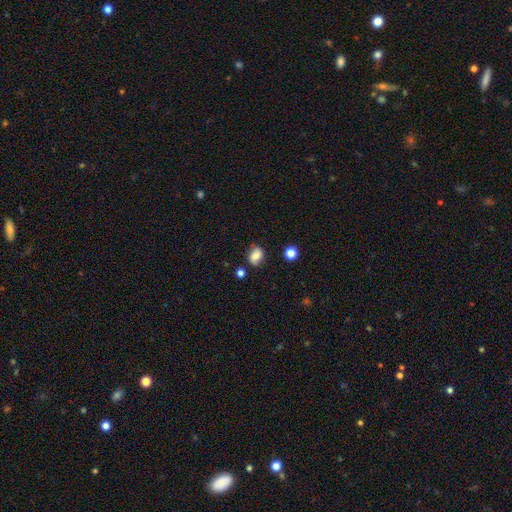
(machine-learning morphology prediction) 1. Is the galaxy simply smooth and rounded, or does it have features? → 73% smooth, 16% featured or disk, 11% star or artifact.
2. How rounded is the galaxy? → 66% in between, 32% round, 2% cigar-shaped.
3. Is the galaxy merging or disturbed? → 70% none, 21% minor disturbance, 5% major disturbance, 4% merger.